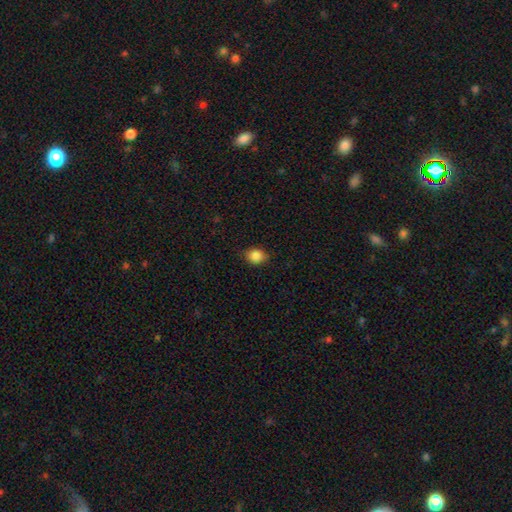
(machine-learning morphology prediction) smooth_or_featured: smooth (p=0.87) [alt: star or artifact p=0.09]
how_rounded: round (p=0.52) [alt: in between p=0.47]
merging: none (p=0.82) [alt: minor disturbance p=0.14]